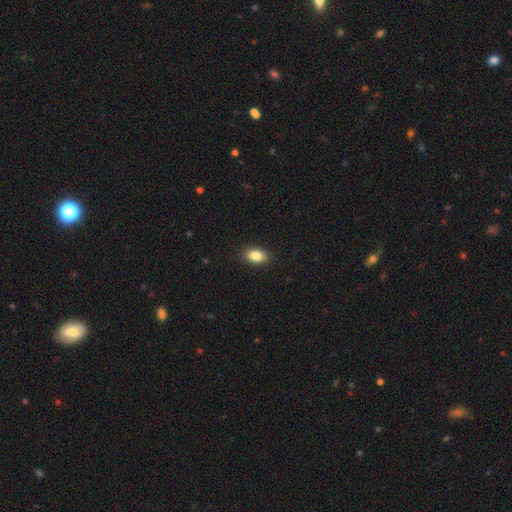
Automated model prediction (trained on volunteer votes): The model was most divided on "smooth or featured": smooth: 85%, star or artifact: 8%, featured or disk: 6%. More confident: merging — none (90%); how rounded — in between (89%).